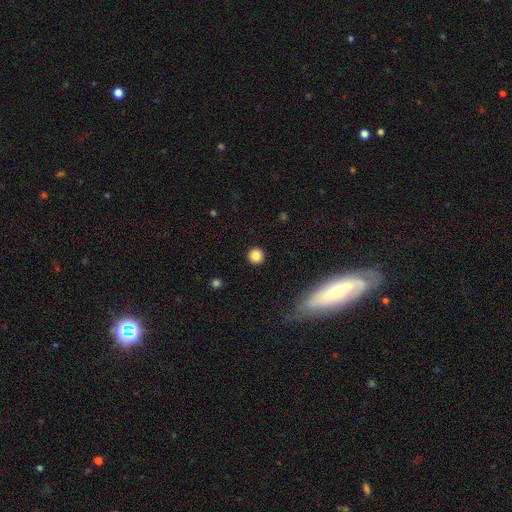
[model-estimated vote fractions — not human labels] Morphology: type=smooth (84%); roundness=round (95%); merging=none (93%).